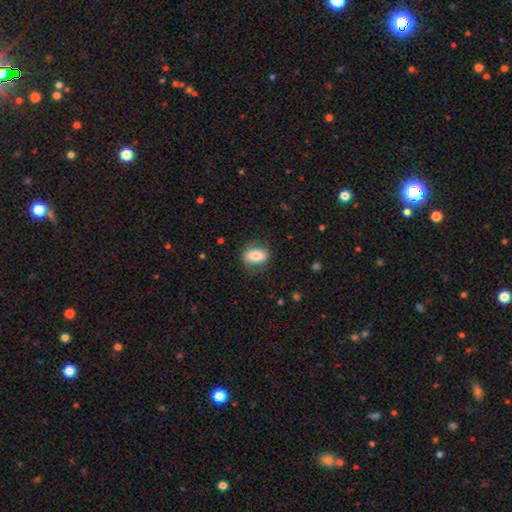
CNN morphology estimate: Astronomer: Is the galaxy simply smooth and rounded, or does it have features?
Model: smooth — 73%.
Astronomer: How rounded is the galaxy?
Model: in between — 77%.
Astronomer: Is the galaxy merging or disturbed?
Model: none — 78%.